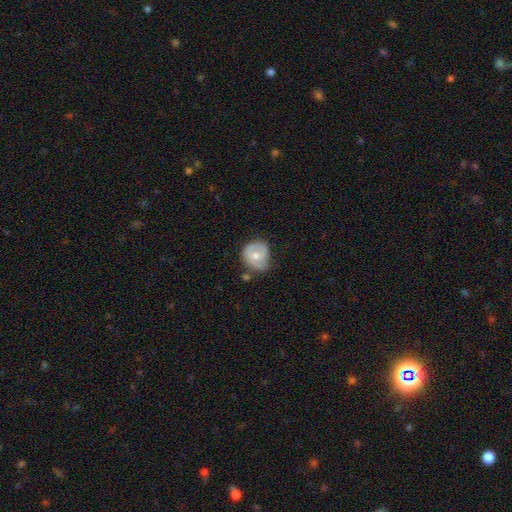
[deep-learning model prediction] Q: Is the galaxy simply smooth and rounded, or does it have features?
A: smooth — 53%.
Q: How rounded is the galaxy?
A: round — 75%.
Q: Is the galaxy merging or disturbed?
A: none — 48%.